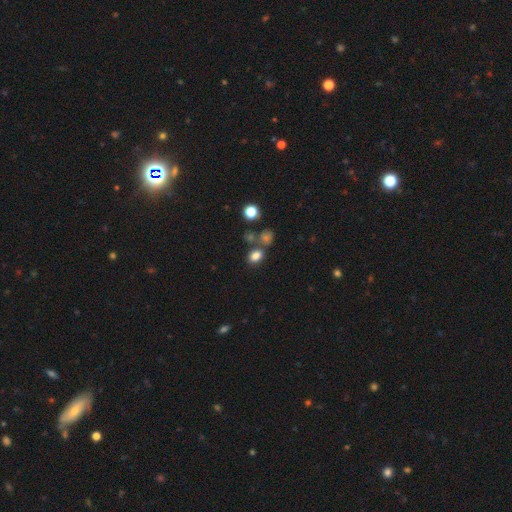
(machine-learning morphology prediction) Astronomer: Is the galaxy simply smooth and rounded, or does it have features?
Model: smooth — 79%.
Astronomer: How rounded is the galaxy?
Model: in between — 63%.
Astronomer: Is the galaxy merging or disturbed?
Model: none — 62%.